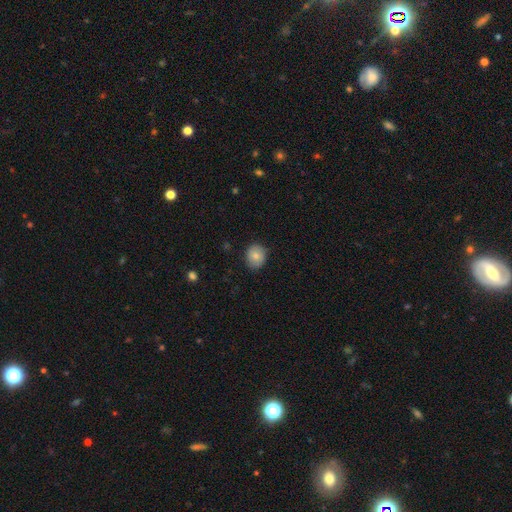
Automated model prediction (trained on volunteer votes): smooth-or-featured: smooth: 79% | featured or disk: 13% | star or artifact: 9%
  how-rounded: round: 67% | in between: 32% | cigar-shaped: 1%
  merging: none: 84% | minor disturbance: 12% | major disturbance: 2% | merger: 1%